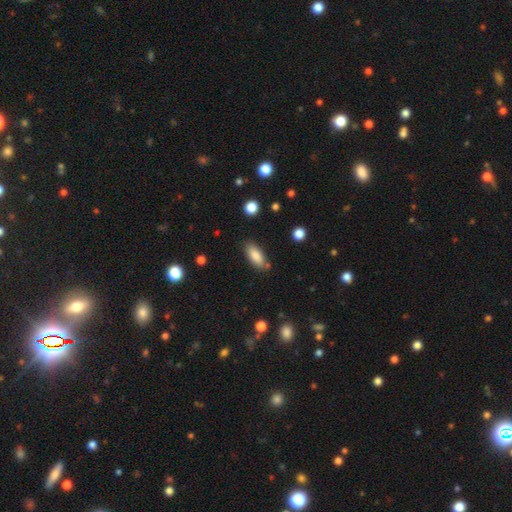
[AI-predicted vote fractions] Smooth or featured: smooth — 84% (featured or disk — 9%)
How rounded: in between — 80% (cigar-shaped — 18%)
Merging: none — 78% (minor disturbance — 15%)